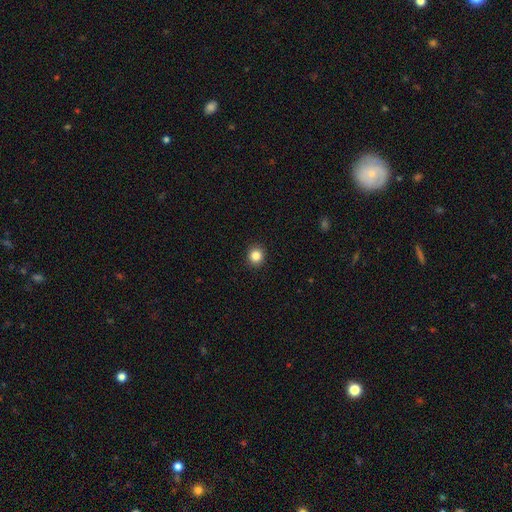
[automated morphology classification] type=smooth (84%); roundness=round (92%); merging=none (92%).